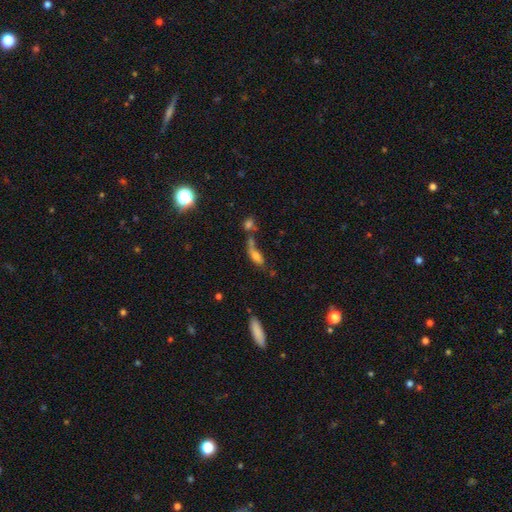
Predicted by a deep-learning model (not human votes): Morphology: type=smooth (69%); roundness=in between (69%); merging=merger (38%).